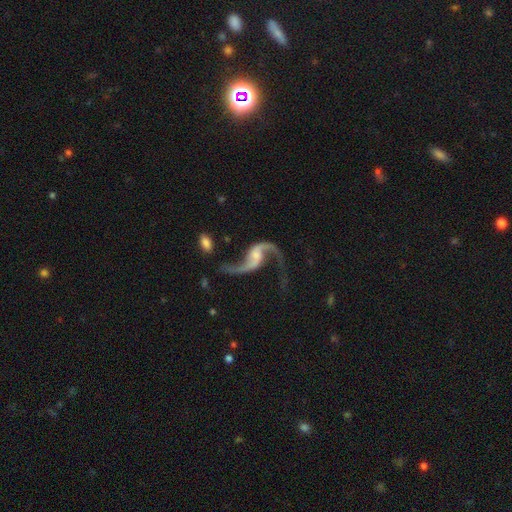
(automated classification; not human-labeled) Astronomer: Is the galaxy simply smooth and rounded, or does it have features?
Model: featured or disk — 92%.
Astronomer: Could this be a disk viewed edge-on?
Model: no — 97%.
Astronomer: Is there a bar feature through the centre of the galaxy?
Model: no — 49% (runner-up: weak, 38%).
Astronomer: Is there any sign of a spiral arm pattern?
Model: yes — 97%.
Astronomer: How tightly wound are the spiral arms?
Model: loose — 91%.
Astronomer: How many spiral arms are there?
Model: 2 — 93%.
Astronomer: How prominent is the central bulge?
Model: small — 43% (runner-up: moderate, 30%).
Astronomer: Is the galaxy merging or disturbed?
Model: none — 62%.